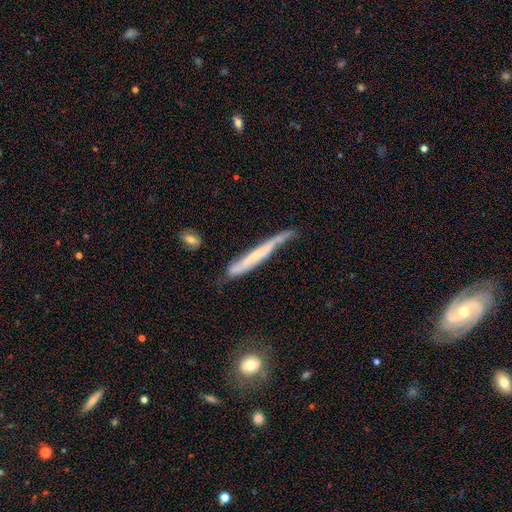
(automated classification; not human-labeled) This appears to be a featured or disk galaxy (57%) viewed edge-on (80%). Merging: none (43%).